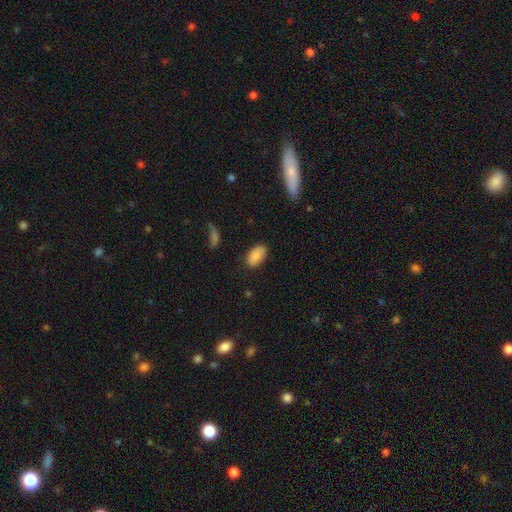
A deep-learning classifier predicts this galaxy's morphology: Smooth or featured? smooth (87%)
How rounded? in between (94%)
Merging? none (81%)